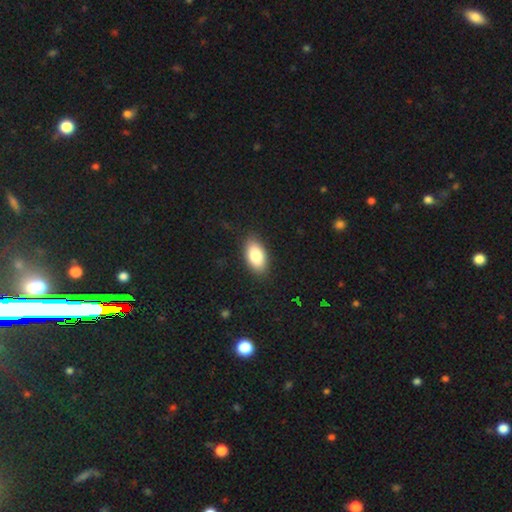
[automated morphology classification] This appears to be a smooth galaxy with no disk features (85%) that is in between round and cigar-shaped (93%). Merging: none (87%).